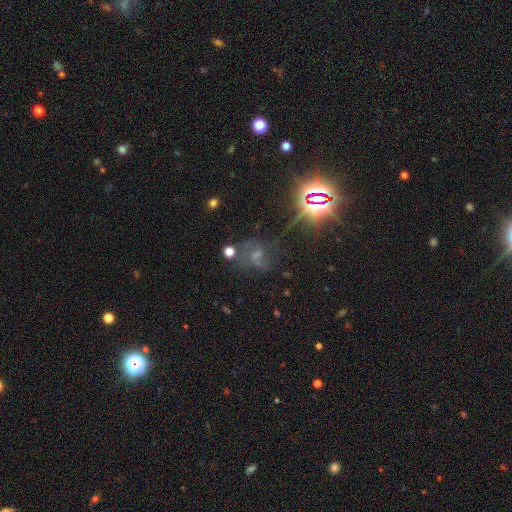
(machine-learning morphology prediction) Smooth or featured: featured or disk — 43% (star or artifact — 37%)
Merging: none — 52% (major disturbance — 21%)